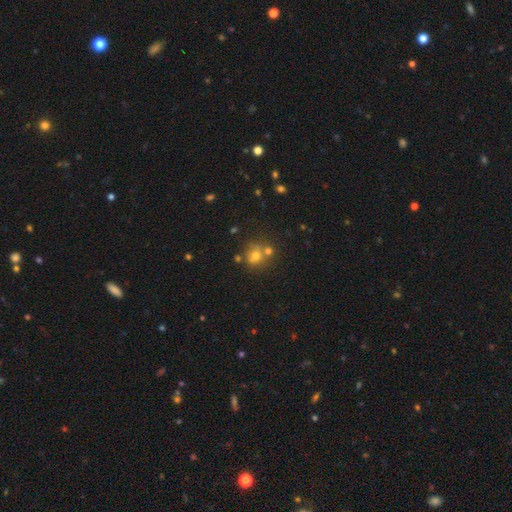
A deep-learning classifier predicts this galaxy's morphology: A smooth galaxy with no disk features (64%) that is round (77%). Merging: none (52%).